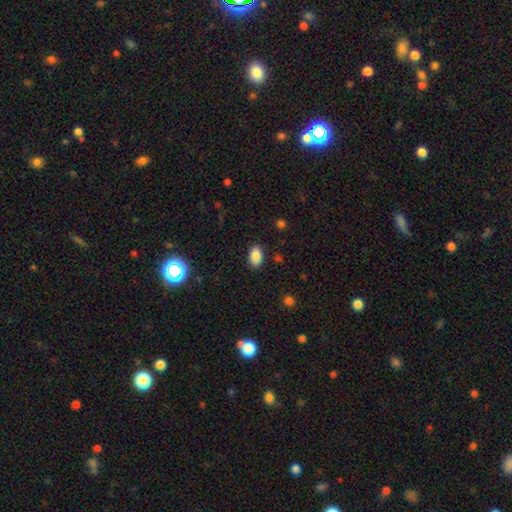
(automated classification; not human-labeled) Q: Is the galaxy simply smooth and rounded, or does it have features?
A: smooth — 85%.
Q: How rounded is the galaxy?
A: in between — 91%.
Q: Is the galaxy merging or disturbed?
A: none — 87%.